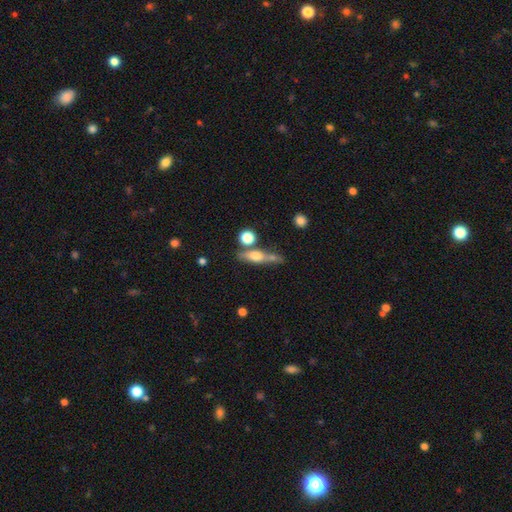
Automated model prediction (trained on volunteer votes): Smooth or featured? Predicted: smooth (p=0.48). Merging? Predicted: none (p=0.60).